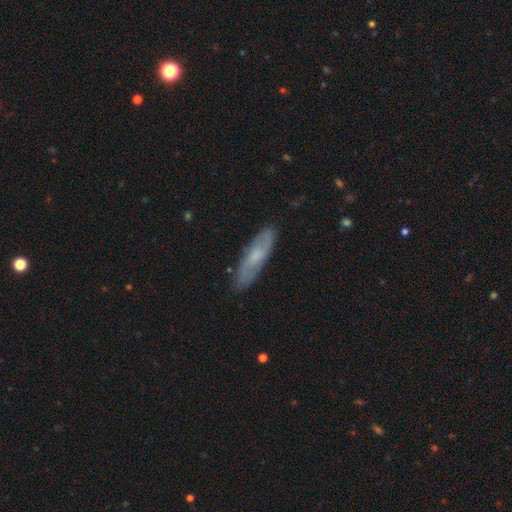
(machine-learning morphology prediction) Smooth or featured: smooth — 49% (featured or disk — 44%)
Merging: none — 83% (minor disturbance — 13%)